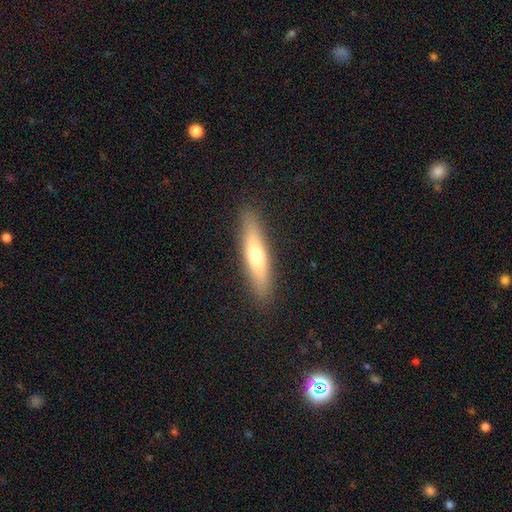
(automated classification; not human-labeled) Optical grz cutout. It shows a smooth galaxy with no disk features (58%) that is cigar-shaped (81%). Merging: none (89%).